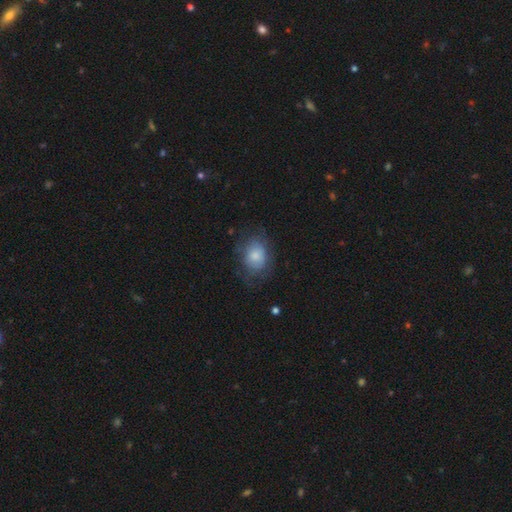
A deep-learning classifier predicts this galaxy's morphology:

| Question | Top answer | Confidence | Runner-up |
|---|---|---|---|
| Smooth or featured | smooth | 70% | featured or disk (22%) |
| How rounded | in between | 65% | round (34%) |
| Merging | none | 61% | minor disturbance (24%) |